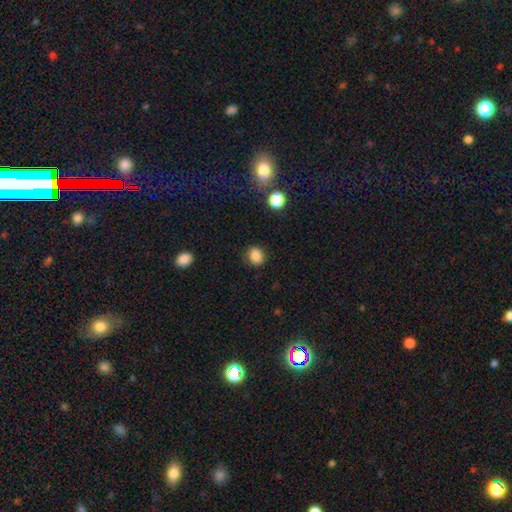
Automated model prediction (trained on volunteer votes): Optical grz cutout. It shows a smooth galaxy with no disk features (86%) that is round (57%). Merging: none (80%).